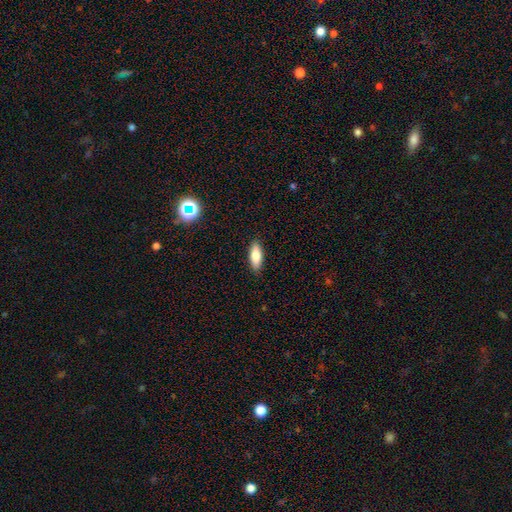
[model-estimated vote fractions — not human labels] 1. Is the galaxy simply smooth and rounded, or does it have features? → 81% smooth, 12% featured or disk, 7% star or artifact.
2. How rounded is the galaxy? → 72% in between, 26% cigar-shaped, 2% round.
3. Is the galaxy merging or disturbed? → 89% none, 8% minor disturbance, 2% major disturbance, 1% merger.